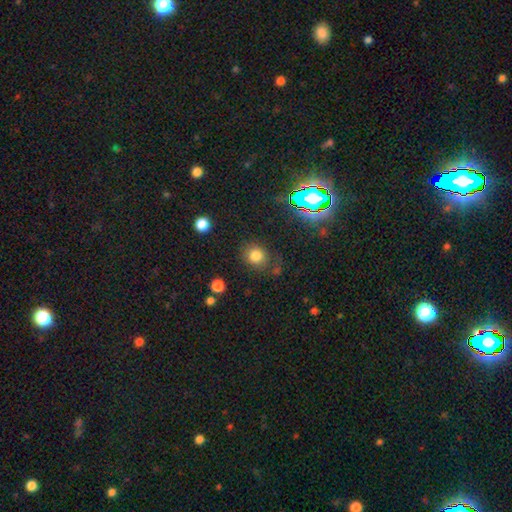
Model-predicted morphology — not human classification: A smooth galaxy with no disk features (77%) that is round (76%).

Vote fractions:
- Smooth or featured? smooth: 77% / star or artifact: 16% / featured or disk: 7%
- How rounded? round: 76% / in between: 23% / cigar-shaped: 1%
- Merging? none: 76% / minor disturbance: 15% / major disturbance: 6% / merger: 4%